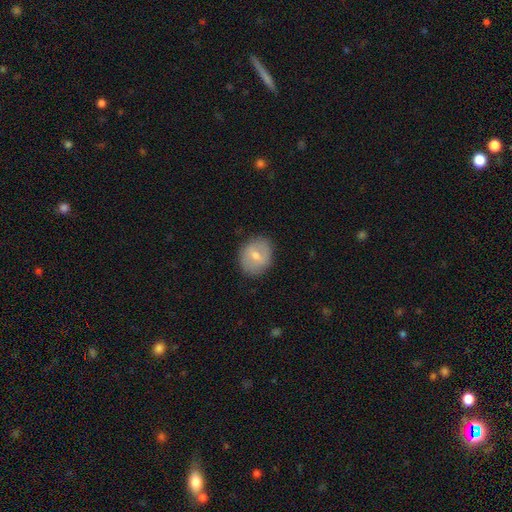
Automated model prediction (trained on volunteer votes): A smooth galaxy with no disk features (60%) that is round (63%).

Vote fractions:
- Smooth or featured? smooth: 60% / featured or disk: 33% / star or artifact: 7%
- How rounded? round: 63% / in between: 35% / cigar-shaped: 1%
- Merging? none: 82% / minor disturbance: 13% / major disturbance: 4% / merger: 1%